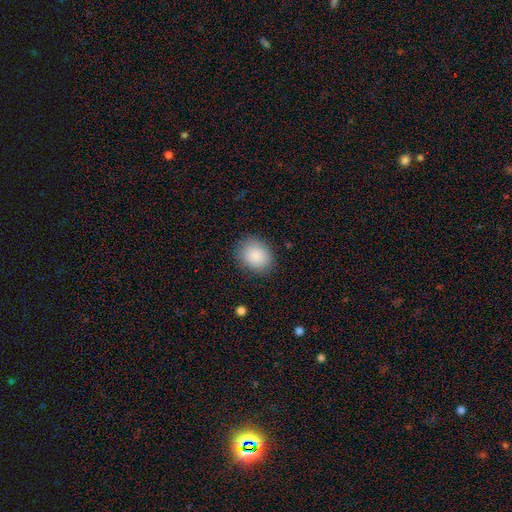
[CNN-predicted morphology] Smooth or featured? Predicted: smooth (p=0.88). How rounded? Predicted: round (p=0.52). Merging? Predicted: none (p=0.85).